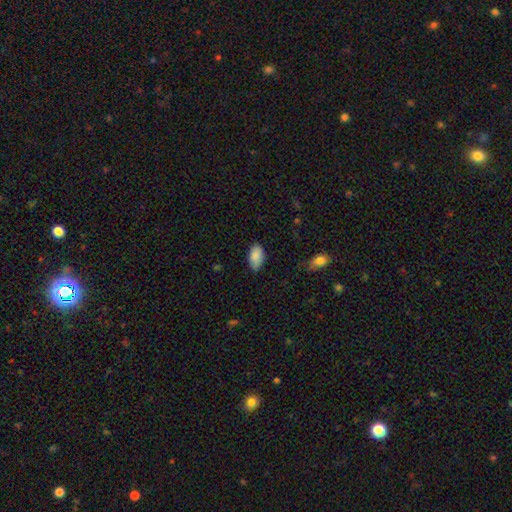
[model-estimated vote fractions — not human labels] Morphology: type=smooth (87%); roundness=in between (95%); merging=none (76%).